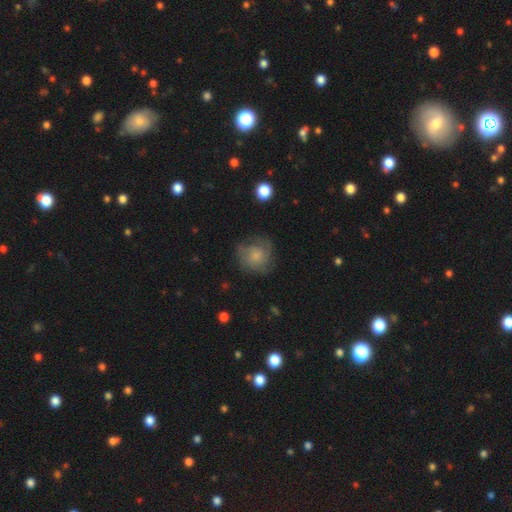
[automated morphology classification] A smooth galaxy with no disk features (47%). Merging: none (63%).